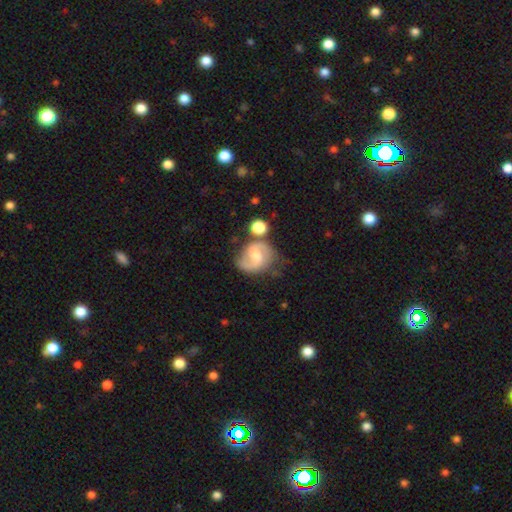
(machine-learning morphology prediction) This is likely a featured or disk galaxy (75%). It is clearly not viewed edge-on (97%). Bar: possibly weak (55%). Spiral arm pattern: clearly yes (92%). Spiral arm count: clearly 2 (85%). Spiral winding: possibly medium (51%). Central bulge: possibly moderate (51%). Merging: possibly none (59%).